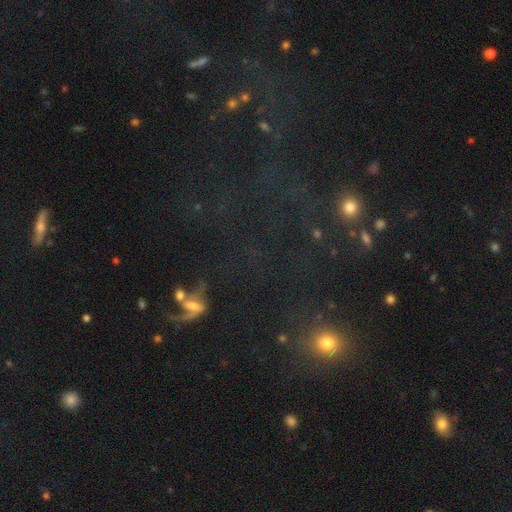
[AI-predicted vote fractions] The model was most divided on "smooth or featured": star or artifact: 58%, smooth: 30%, featured or disk: 12%.